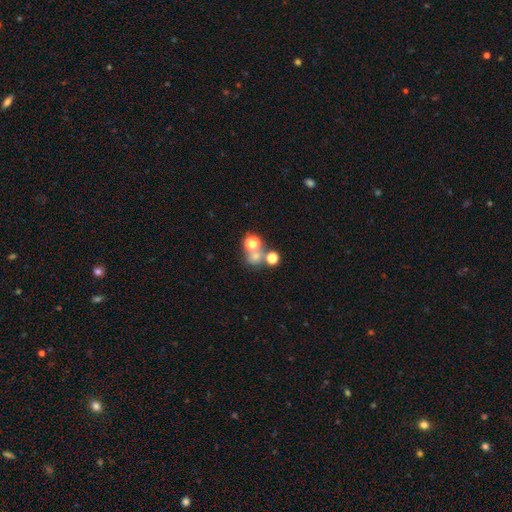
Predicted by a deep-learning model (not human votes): Morphology: type=smooth (62%); roundness=round (81%); merging=none (48%).